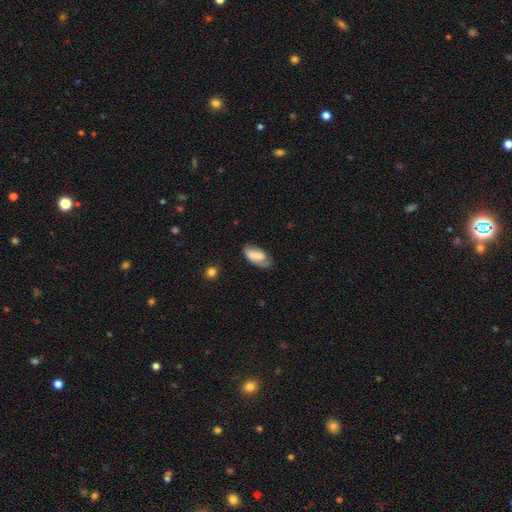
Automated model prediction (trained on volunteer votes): This is likely a smooth galaxy (71%). How rounded: clearly in between (89%). Merging: possibly none (47%).